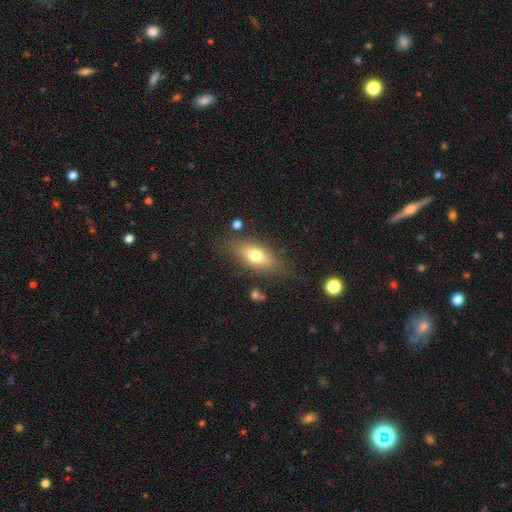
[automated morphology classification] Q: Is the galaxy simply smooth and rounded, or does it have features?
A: smooth — 71%.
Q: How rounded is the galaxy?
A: in between — 78%.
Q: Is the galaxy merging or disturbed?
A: none — 76%.